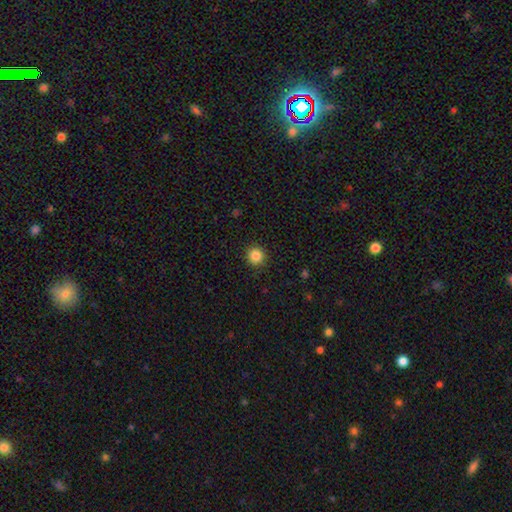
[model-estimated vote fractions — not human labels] This is clearly a smooth galaxy (86%). How rounded: clearly round (93%). Merging: clearly none (91%).